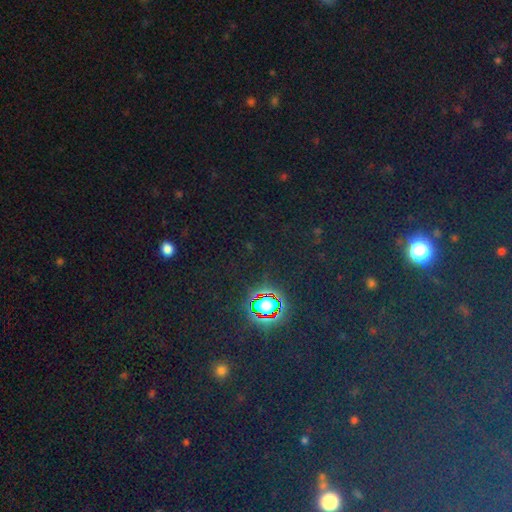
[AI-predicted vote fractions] Overall: star or artifact (79%).